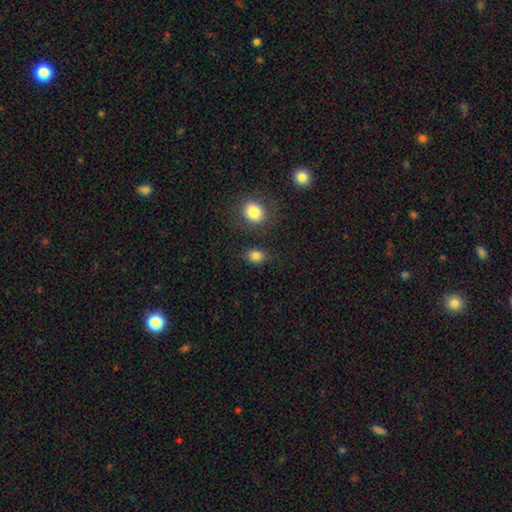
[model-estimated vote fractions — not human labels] Smooth or featured?
  - smooth: 83% *
  - star or artifact: 12%
  - featured or disk: 5%
How rounded?
  - round: 50% *
  - in between: 49%
  - cigar-shaped: 1%
Merging?
  - none: 80% *
  - minor disturbance: 11%
  - merger: 5%
  - major disturbance: 4%